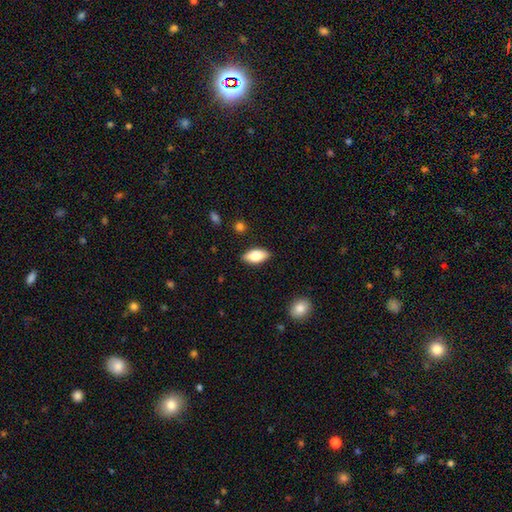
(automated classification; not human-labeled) This appears to be a smooth galaxy with no disk features (74%) that is in between round and cigar-shaped (86%). Merging: none (88%).